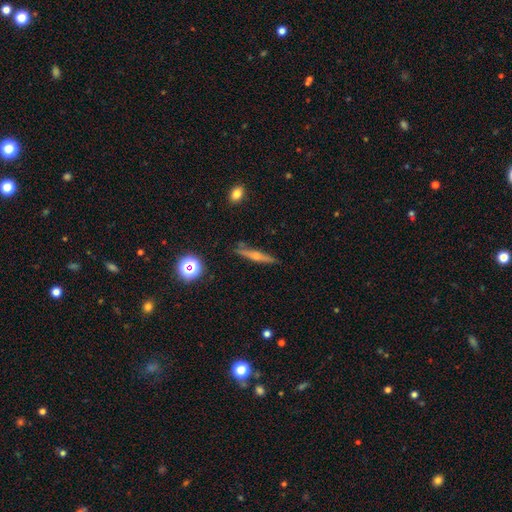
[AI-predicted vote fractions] featured or disk 54%, smooth 35%, star or artifact 10%. Down the decision tree: edge-on disk — yes (95%); edge-on bulge — rounded (80%); merging — none (85%).